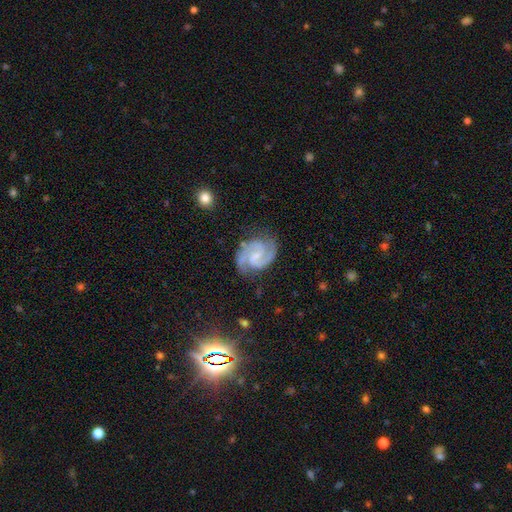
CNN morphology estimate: This is clearly a featured or disk galaxy (91%). It is clearly not viewed edge-on (98%). Bar: possibly weak (53%). Spiral arm pattern: clearly yes (98%). Spiral arm count: clearly 2 (92%). Spiral winding: possibly medium (55%). Central bulge: possibly small (47%). Merging: likely none (77%).